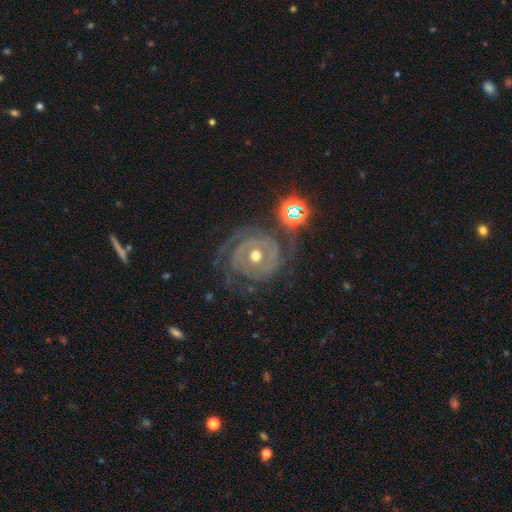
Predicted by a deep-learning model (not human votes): This appears to be a featured or disk galaxy (83%) with no bar (76%), 2 (38%) tight (63%) spiral arms (86%) and a moderate central bulge (74%). Merging: none (60%).